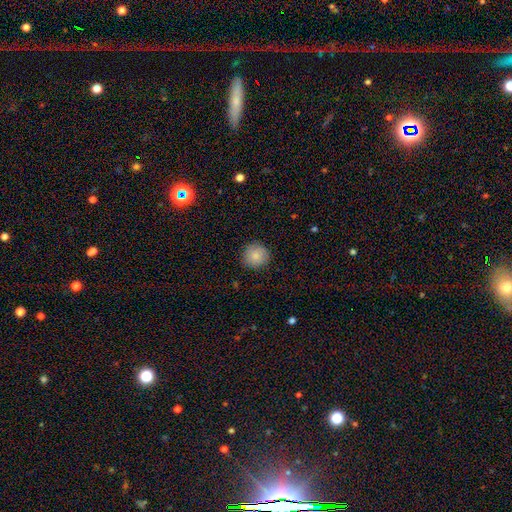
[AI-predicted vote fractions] smooth_or_featured: smooth (p=0.84) [alt: star or artifact p=0.08]
how_rounded: round (p=0.92) [alt: in between p=0.07]
merging: none (p=0.88) [alt: minor disturbance p=0.09]